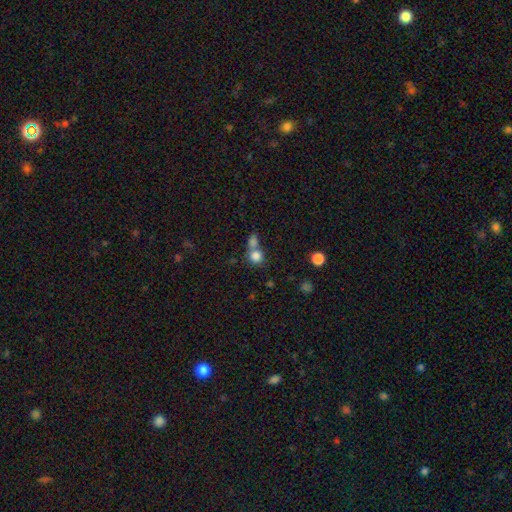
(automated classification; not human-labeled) smooth_or_featured: smooth (p=0.82) [alt: star or artifact p=0.11]
how_rounded: round (p=0.84) [alt: in between p=0.15]
merging: merger (p=0.46) [alt: none p=0.43]